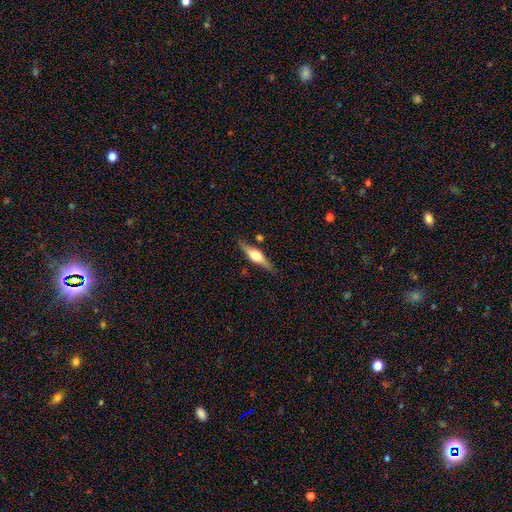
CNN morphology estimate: featured or disk 64%, smooth 30%, star or artifact 6%. Down the decision tree: edge-on disk — yes (95%); edge-on bulge — rounded (92%); merging — none (82%).